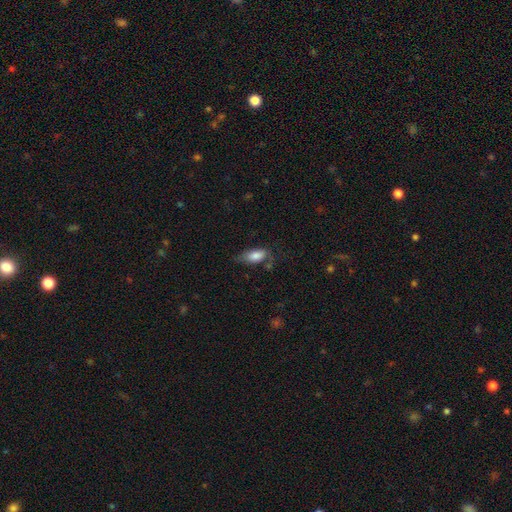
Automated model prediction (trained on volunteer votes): smooth-or-featured: smooth: 79% | featured or disk: 14% | star or artifact: 7%
  how-rounded: in between: 86% | cigar-shaped: 10% | round: 4%
  merging: none: 53% | minor disturbance: 31% | major disturbance: 12% | merger: 4%